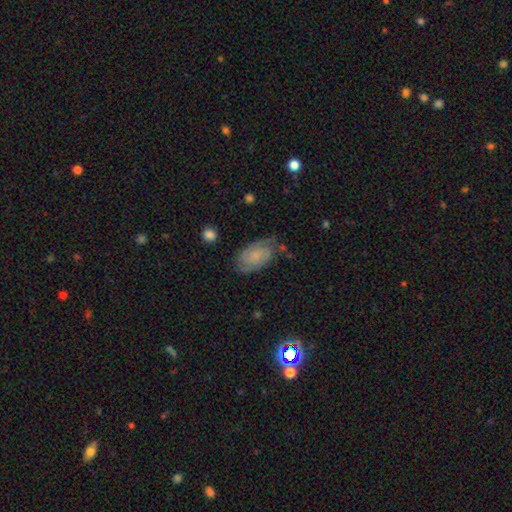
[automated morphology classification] A featured or disk galaxy (54%) with no bar (68%), spiral arms (88%) and a small central bulge (39%). Merging: none (67%).